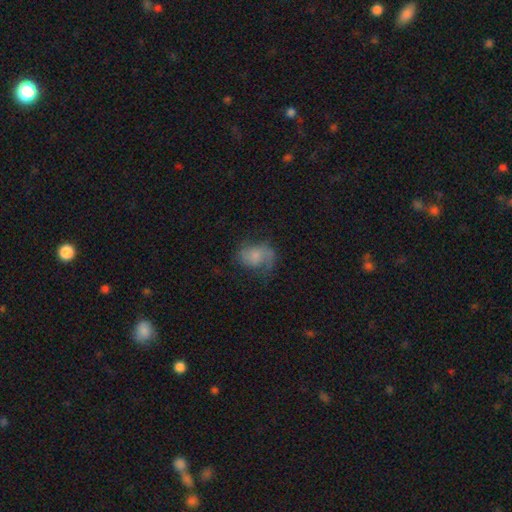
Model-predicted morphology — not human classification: Smooth or featured: featured or disk — 49% (smooth — 42%)
Merging: none — 45% (major disturbance — 27%)